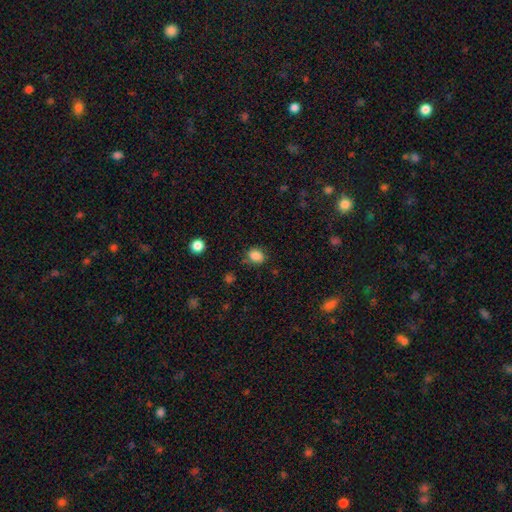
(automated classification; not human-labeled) Smooth or featured? smooth (84%)
How rounded? in between (50%)
Merging? none (74%)